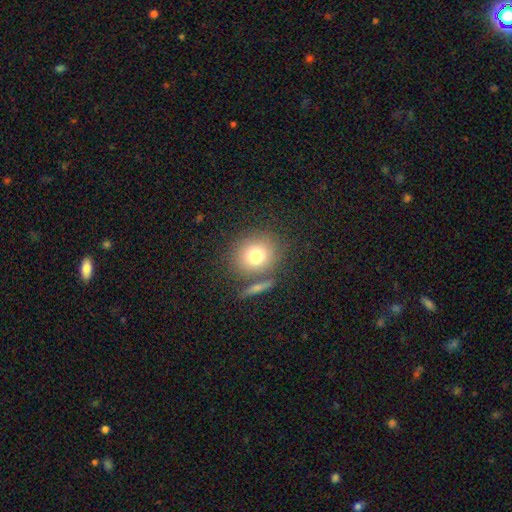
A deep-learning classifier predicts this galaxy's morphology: Smooth or featured? smooth (76%)
How rounded? round (79%)
Merging? none (72%)